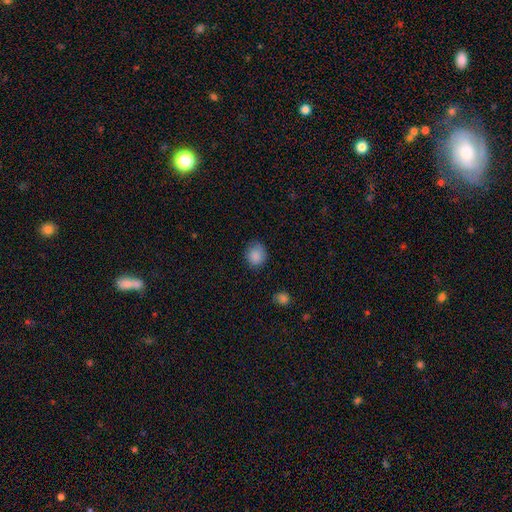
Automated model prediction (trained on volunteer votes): A smooth galaxy with no disk features (86%) that is round (76%).

Vote fractions:
- Smooth or featured? smooth: 86% / star or artifact: 9% / featured or disk: 5%
- How rounded? round: 76% / in between: 23% / cigar-shaped: 1%
- Merging? none: 77% / minor disturbance: 18% / major disturbance: 4% / merger: 1%